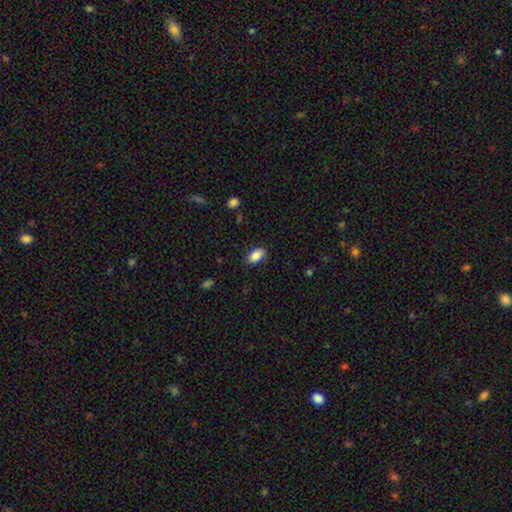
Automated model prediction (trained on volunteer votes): Smooth or featured? smooth (84%)
How rounded? in between (91%)
Merging? none (84%)